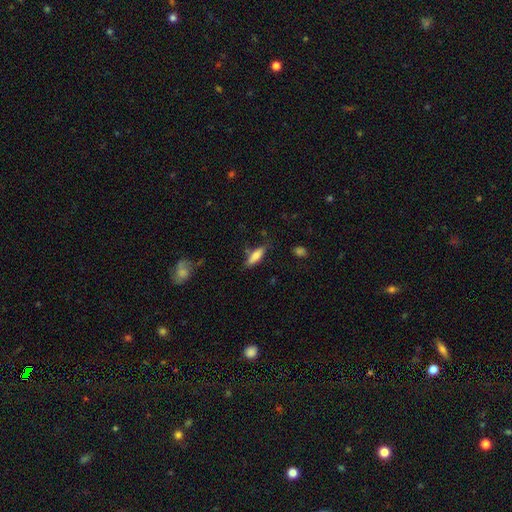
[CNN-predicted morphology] This appears to be a smooth galaxy with no disk features (80%) that is in between round and cigar-shaped (52%). Merging: none (70%).